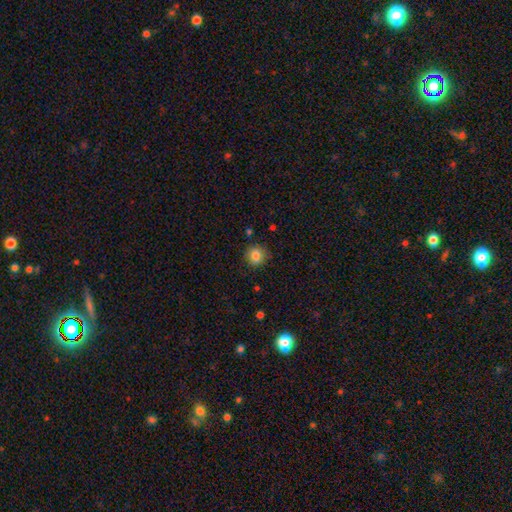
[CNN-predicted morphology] Smooth or featured? smooth (83%)
How rounded? round (79%)
Merging? none (84%)